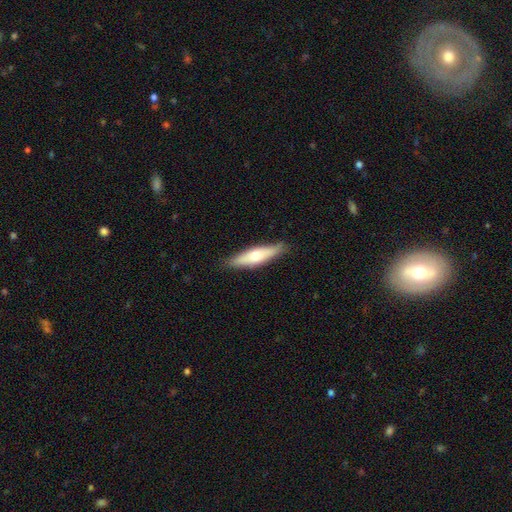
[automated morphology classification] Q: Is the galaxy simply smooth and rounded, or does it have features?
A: smooth — 52%.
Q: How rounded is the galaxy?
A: cigar-shaped — 72%.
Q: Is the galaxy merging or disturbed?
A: none — 85%.